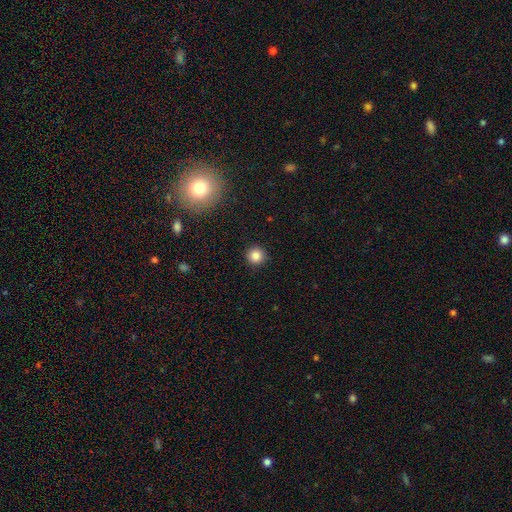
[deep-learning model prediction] A smooth galaxy with no disk features (85%) that is round (95%). Merging: none (92%).